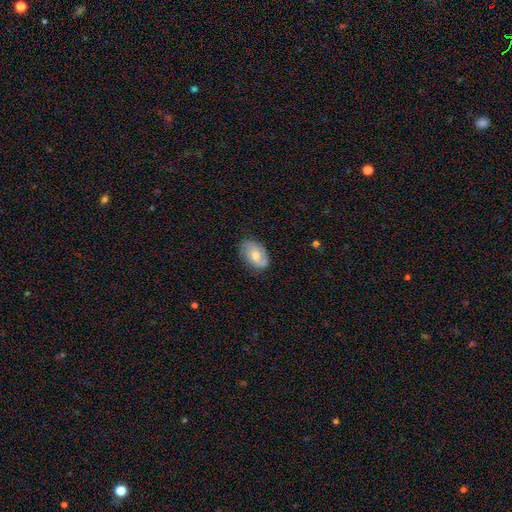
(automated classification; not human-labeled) smooth-or-featured: smooth: 49% | featured or disk: 44% | star or artifact: 7%
  merging: none: 73% | minor disturbance: 21% | major disturbance: 5% | merger: 1%